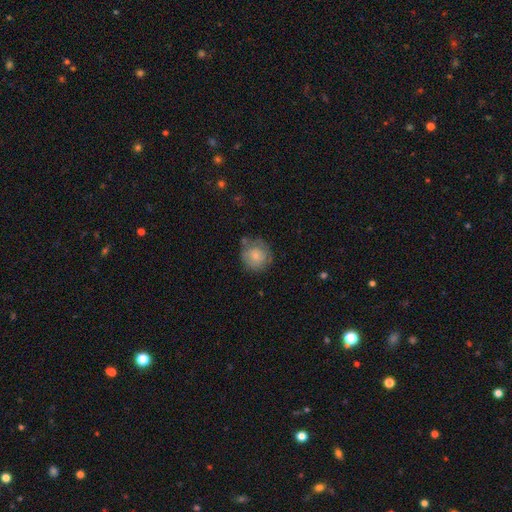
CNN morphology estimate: The model was most divided on "merging": none: 64%, minor disturbance: 23%, major disturbance: 8%, merger: 5%. More confident: how rounded — round (89%); smooth or featured — smooth (74%).